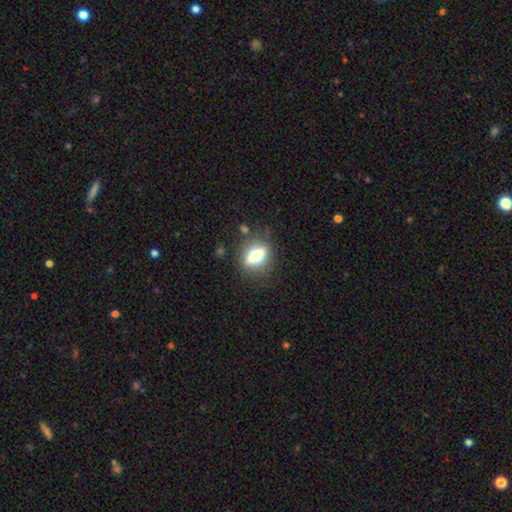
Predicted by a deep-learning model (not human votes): Smooth or featured? Predicted: smooth (p=0.53). How rounded? Predicted: in between (p=0.57). Merging? Predicted: none (p=0.79).